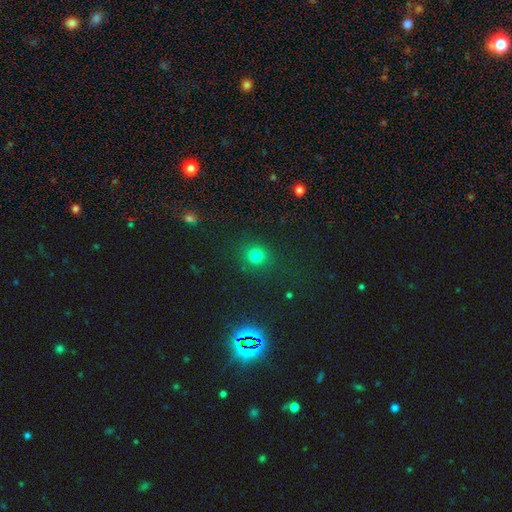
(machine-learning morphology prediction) Overall: smooth (76%). How rounded: round (89%). Merging: none (86%).